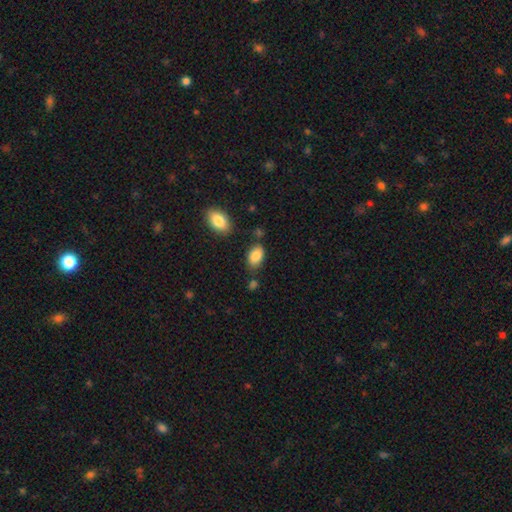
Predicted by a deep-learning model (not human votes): The model was most divided on "merging": none: 72%, minor disturbance: 18%, merger: 7%, major disturbance: 4%. More confident: how rounded — in between (92%); smooth or featured — smooth (86%).